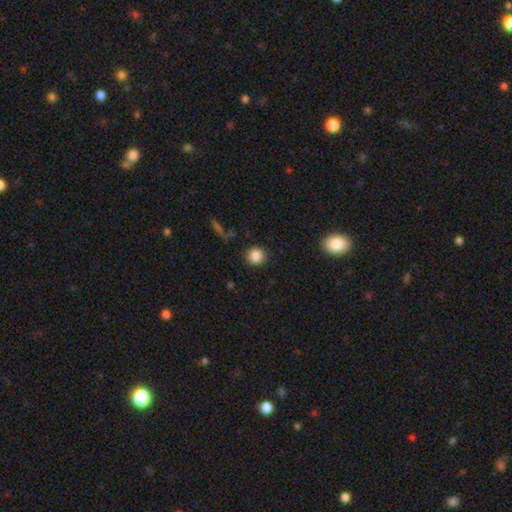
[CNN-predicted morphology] Q: Smooth or featured?
A: smooth (85%); runner-up: star or artifact (10%)
Q: How rounded?
A: round (90%); runner-up: in between (9%)
Q: Merging?
A: none (89%); runner-up: minor disturbance (7%)